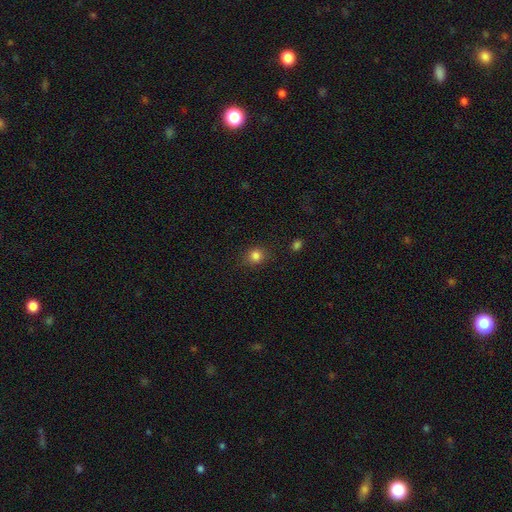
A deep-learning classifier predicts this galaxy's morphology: This appears to be a smooth galaxy with no disk features (82%) that is round (77%). Merging: none (84%).